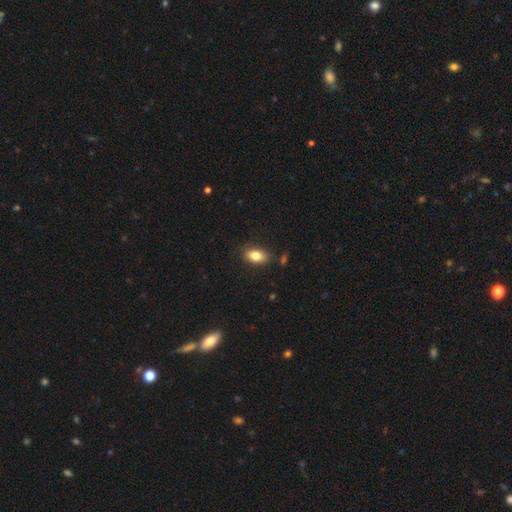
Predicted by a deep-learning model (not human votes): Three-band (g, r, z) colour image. It shows a smooth galaxy with no disk features (82%) that is in between round and cigar-shaped (89%). Merging: none (83%).